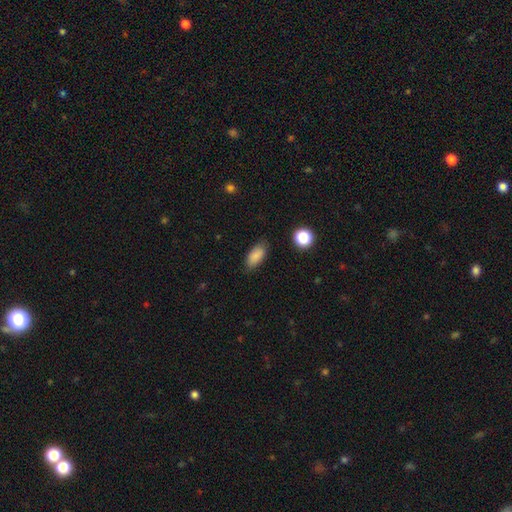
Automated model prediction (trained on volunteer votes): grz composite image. It shows a smooth galaxy with no disk features (86%) that is in between round and cigar-shaped (88%). Merging: none (81%).